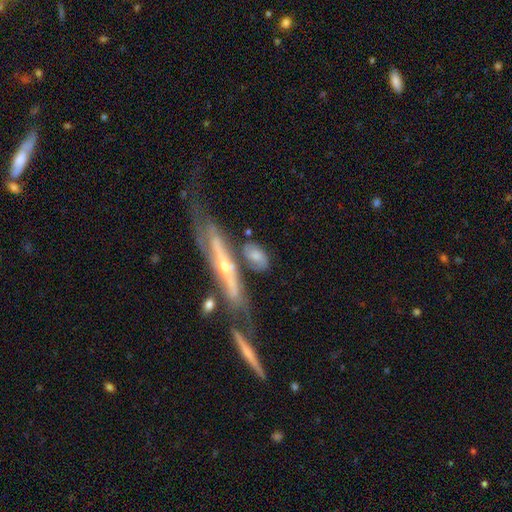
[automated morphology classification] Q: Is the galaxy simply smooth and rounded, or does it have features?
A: smooth — 50%.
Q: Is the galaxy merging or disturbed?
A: none — 54%.